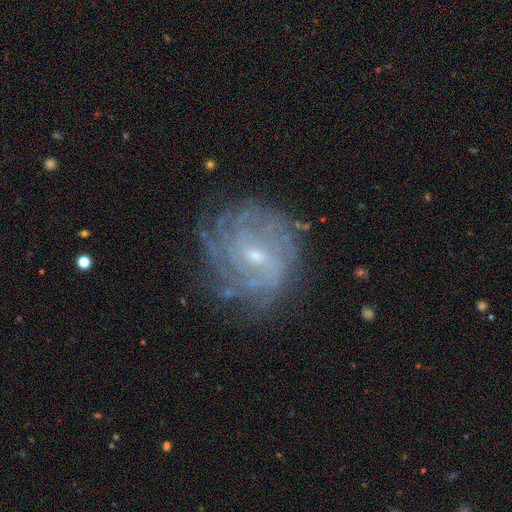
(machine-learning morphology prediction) Smooth or featured? Predicted: featured or disk (p=0.82). Edge-on disk? Predicted: no (p=0.97). Bar? Predicted: weak (p=0.56). Spiral arms? Predicted: yes (p=0.92). Spiral winding? Predicted: tight (p=0.69). Spiral arm count? Predicted: can't tell (p=0.45). Bulge size? Predicted: small (p=0.65). Merging? Predicted: none (p=0.75).